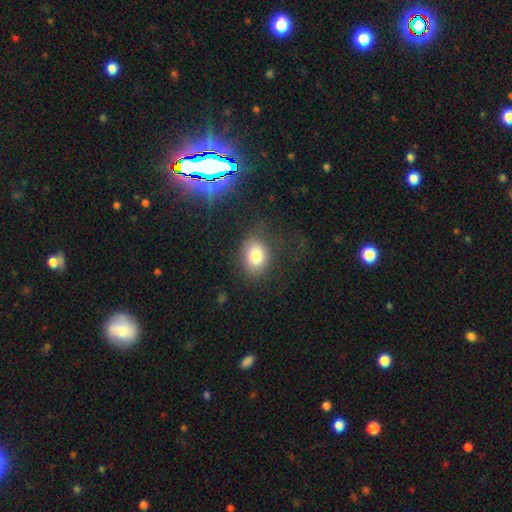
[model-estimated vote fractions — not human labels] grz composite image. It shows a smooth galaxy with no disk features (79%) that is in between round and cigar-shaped (54%). Merging: none (65%).